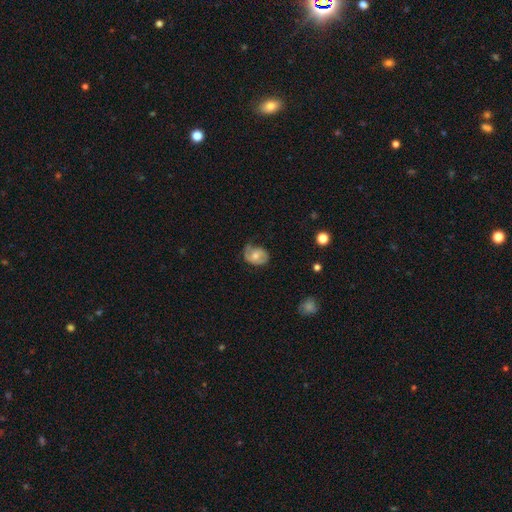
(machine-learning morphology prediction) A featured or disk galaxy (51%). Merging: none (48%).